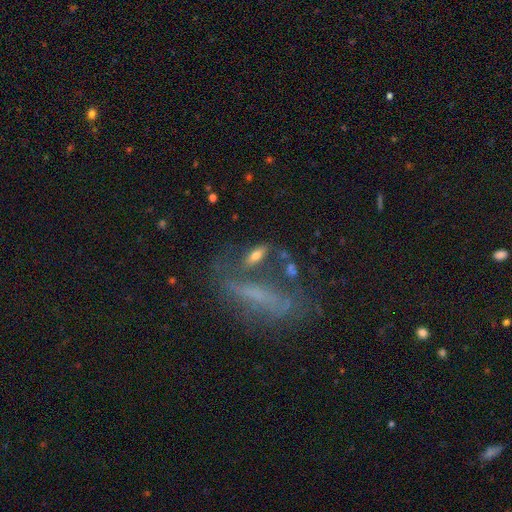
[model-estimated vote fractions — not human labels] A smooth galaxy with no disk features (58%) that is in between round and cigar-shaped (54%). Merging: none (61%).